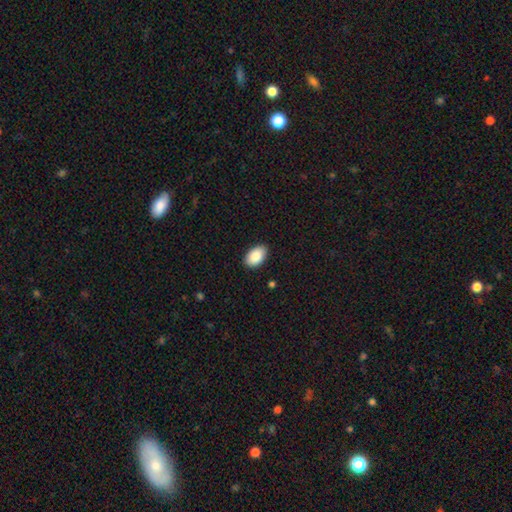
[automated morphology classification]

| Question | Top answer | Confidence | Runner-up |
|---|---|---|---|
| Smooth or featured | smooth | 87% | featured or disk (7%) |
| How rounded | in between | 92% | round (7%) |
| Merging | none | 88% | minor disturbance (9%) |